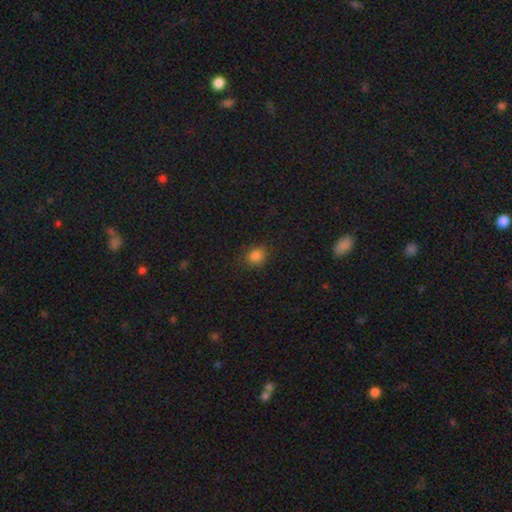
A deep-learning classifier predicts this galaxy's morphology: Smooth or featured? smooth (82%)
How rounded? round (70%)
Merging? none (83%)